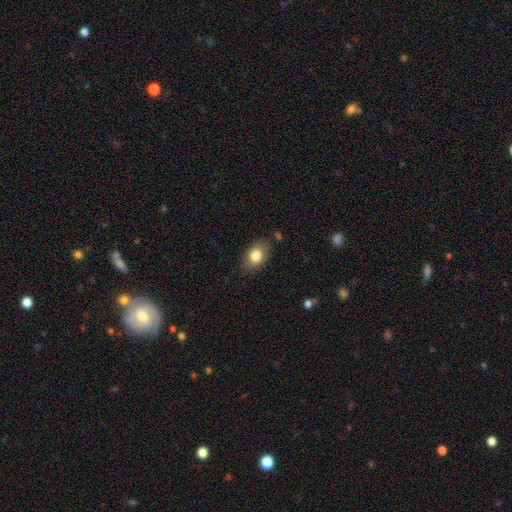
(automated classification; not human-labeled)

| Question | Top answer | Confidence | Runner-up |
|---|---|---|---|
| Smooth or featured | smooth | 82% | featured or disk (10%) |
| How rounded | in between | 81% | round (18%) |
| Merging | none | 81% | minor disturbance (14%) |